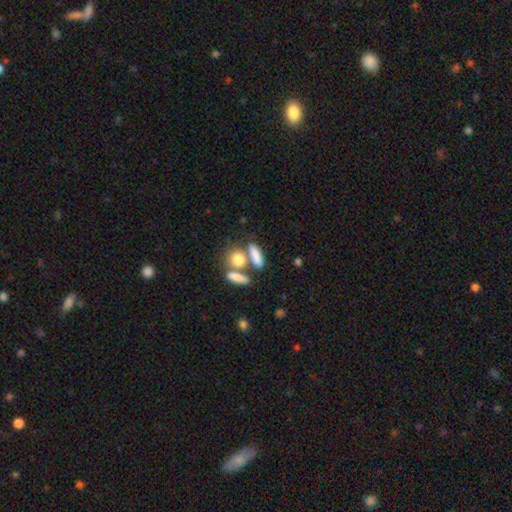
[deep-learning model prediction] Morphology: type=smooth (78%); roundness=in between (52%); merging=none (48%).